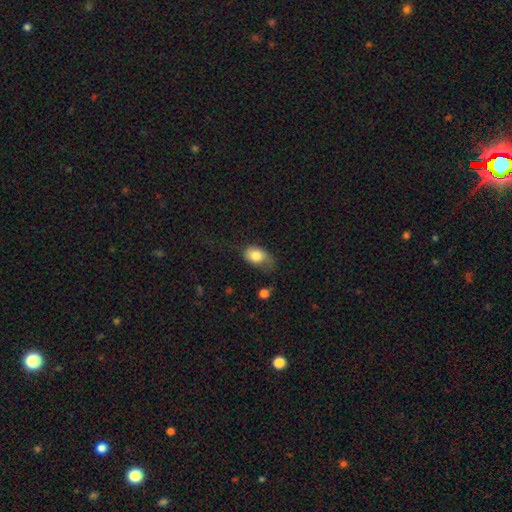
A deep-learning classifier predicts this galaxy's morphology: smooth 80%, featured or disk 12%, star or artifact 8%. Down the decision tree: how rounded — in between (81%); merging — none (35%, tied with minor disturbance).